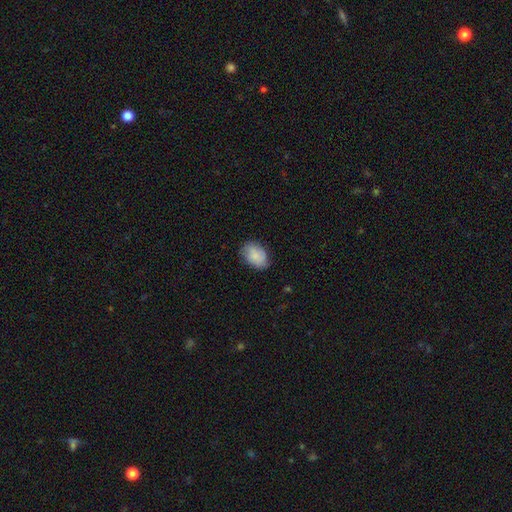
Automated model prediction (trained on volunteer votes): Q: Smooth or featured?
A: smooth (82%); runner-up: featured or disk (11%)
Q: How rounded?
A: in between (83%); runner-up: round (16%)
Q: Merging?
A: none (78%); runner-up: minor disturbance (17%)